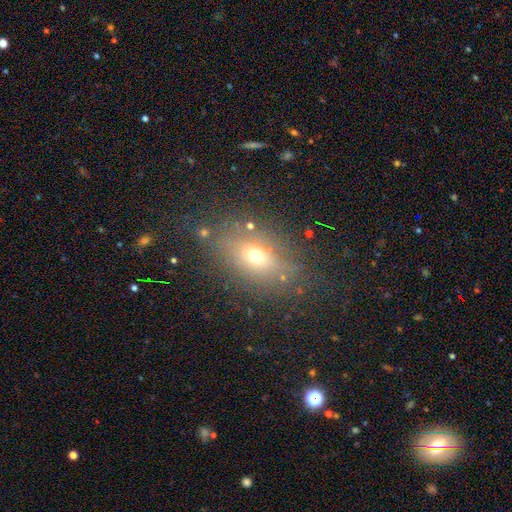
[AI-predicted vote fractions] smooth 59%, featured or disk 21%, star or artifact 20%. Down the decision tree: how rounded — in between (69%); merging — none (75%).